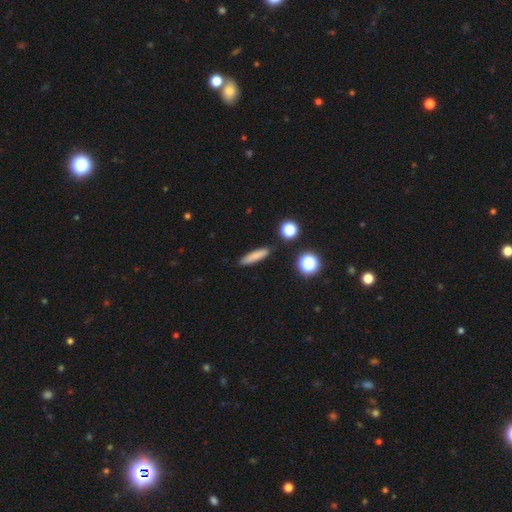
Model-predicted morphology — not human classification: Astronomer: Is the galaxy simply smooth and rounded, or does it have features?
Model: smooth — 80%.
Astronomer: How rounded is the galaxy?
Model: cigar-shaped — 82%.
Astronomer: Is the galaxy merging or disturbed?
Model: none — 88%.